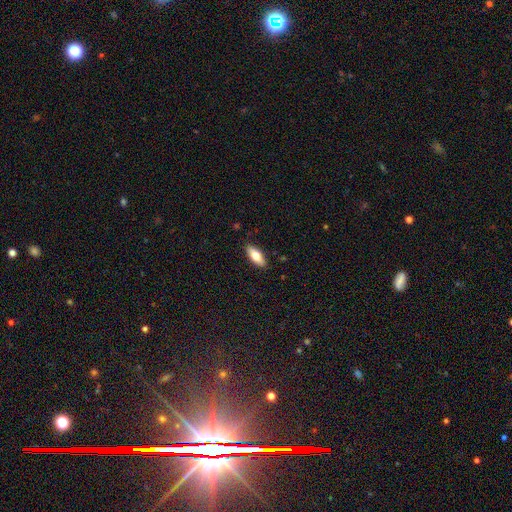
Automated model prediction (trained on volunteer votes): This appears to be a smooth galaxy with no disk features (70%) that is in between round and cigar-shaped (75%). Merging: none (89%).